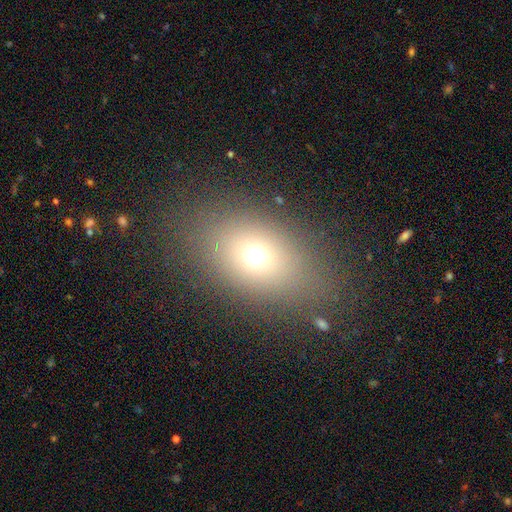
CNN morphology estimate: This appears to be a smooth galaxy with no disk features (67%) that is in between round and cigar-shaped (68%). Merging: none (80%).